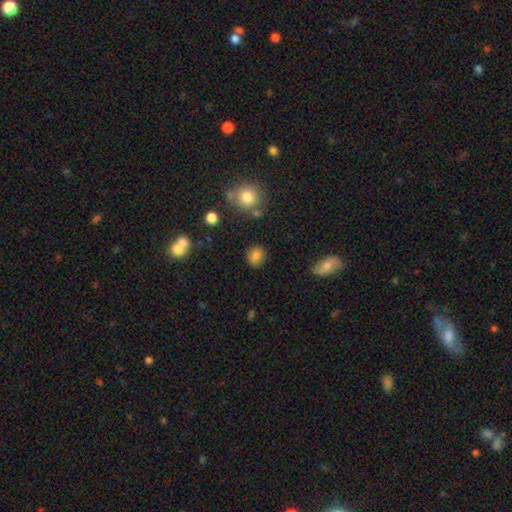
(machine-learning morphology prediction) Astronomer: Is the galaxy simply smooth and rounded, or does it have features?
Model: smooth — 81%.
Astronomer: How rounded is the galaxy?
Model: round — 72%.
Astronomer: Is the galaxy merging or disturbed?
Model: none — 84%.